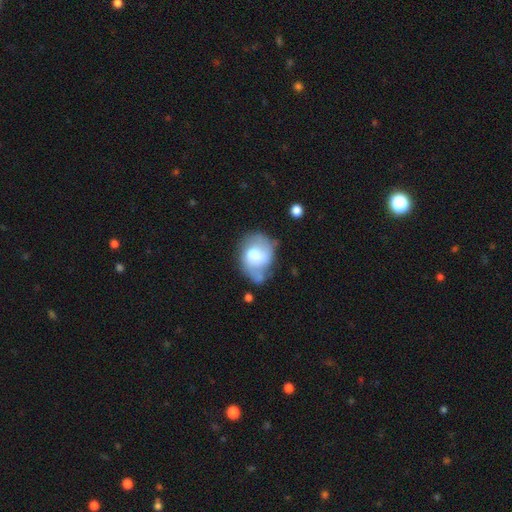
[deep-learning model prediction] Smooth or featured: featured or disk — 50% (smooth — 42%)
Merging: none — 43% (minor disturbance — 31%)